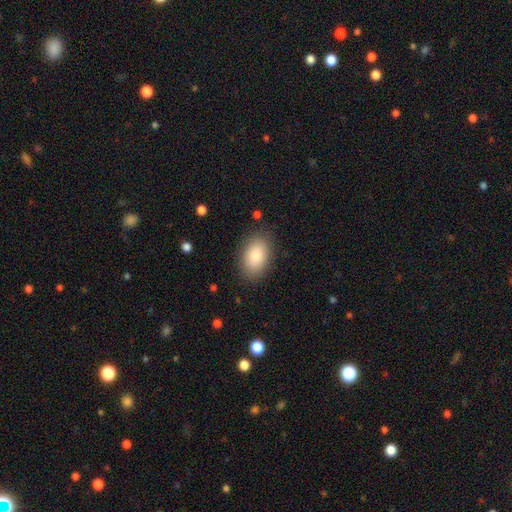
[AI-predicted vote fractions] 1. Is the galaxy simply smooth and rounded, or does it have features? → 87% smooth, 7% star or artifact, 7% featured or disk.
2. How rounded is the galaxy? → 92% in between, 7% round, 1% cigar-shaped.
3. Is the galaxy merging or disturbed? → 84% none, 11% minor disturbance, 3% major disturbance, 1% merger.